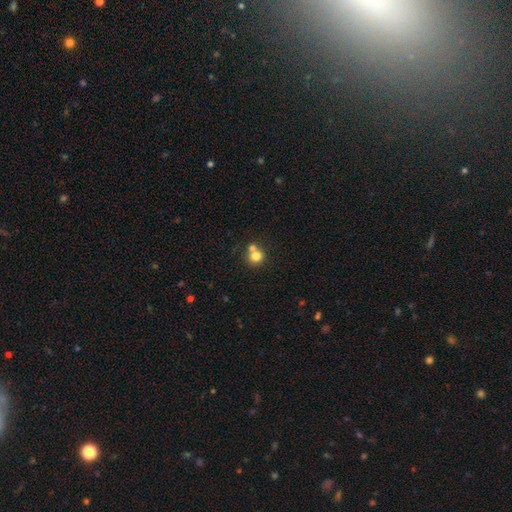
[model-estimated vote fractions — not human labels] Smooth or featured?
  - smooth: 77% *
  - featured or disk: 11%
  - star or artifact: 11%
How rounded?
  - round: 85% *
  - in between: 14%
  - cigar-shaped: 1%
Merging?
  - none: 49% *
  - merger: 41%
  - minor disturbance: 8%
  - major disturbance: 3%